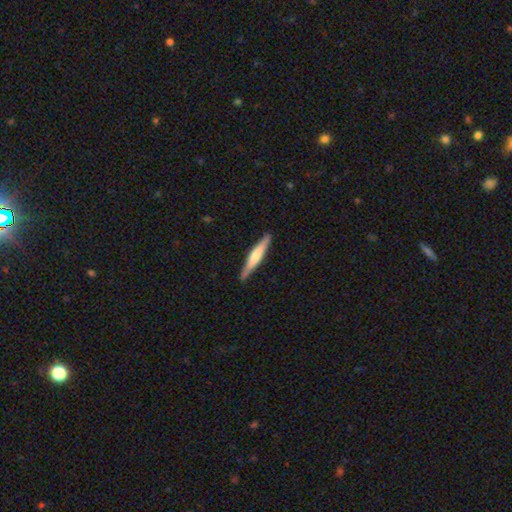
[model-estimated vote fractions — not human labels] This appears to be a smooth galaxy with no disk features (50%) that is cigar-shaped (93%). Merging: none (87%).